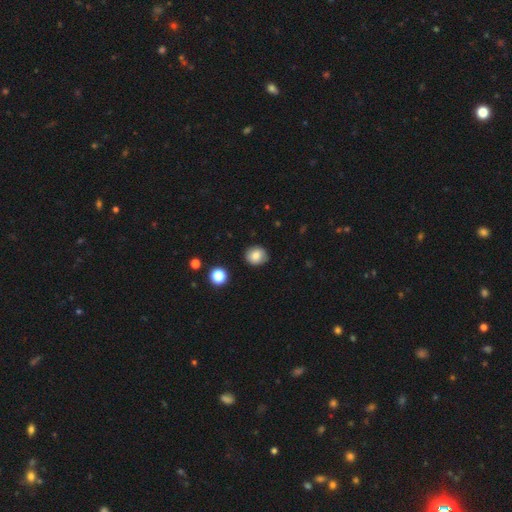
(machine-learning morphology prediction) A smooth galaxy with no disk features (82%) that is round (80%). Merging: none (86%).